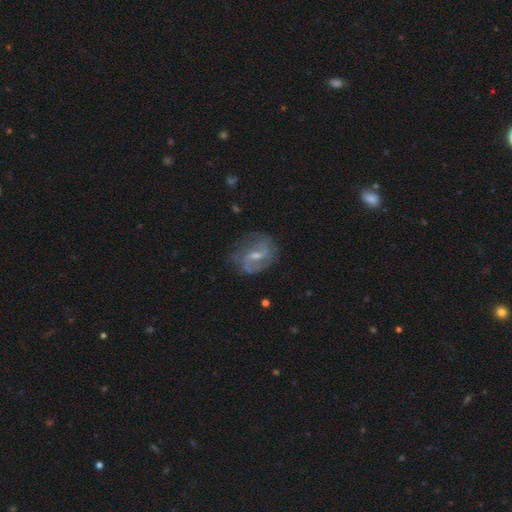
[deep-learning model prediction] smooth-or-featured: featured or disk: 78% | smooth: 13% | star or artifact: 9%
  disk-edge-on: no: 96% | yes: 4%
    bar: weak: 53% | strong: 29% | no: 18%
    has-spiral-arms: yes: 91% | no: 9%
      spiral-winding: medium: 47% | loose: 29% | tight: 24%
      spiral-arm-count: 2: 73% | can't tell: 13% | 1: 6% | 3: 4% | 4: 2% | more than 4: 2%
    bulge-size: small: 49% | moderate: 41% | none: 6% | large: 2% | dominant: 1%
  merging: none: 70% | minor disturbance: 19% | major disturbance: 9% | merger: 2%